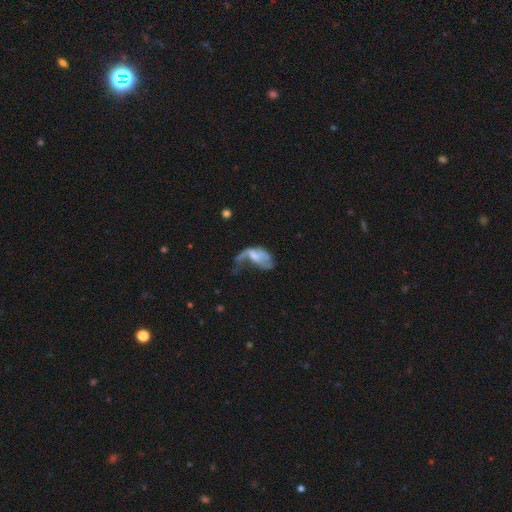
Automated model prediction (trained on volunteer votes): Smooth or featured?
  - featured or disk: 56% *
  - smooth: 33%
  - star or artifact: 11%
Edge-on disk?
  - no: 95% *
  - yes: 5%
Bar?
  - no: 67% *
  - weak: 26%
  - strong: 7%
Spiral arms?
  - no: 58% *
  - yes: 42%
Bulge size?
  - none: 45% *
  - small: 25%
  - moderate: 22%
  - large: 6%
  - dominant: 2%
Merging?
  - major disturbance: 59% *
  - none: 16%
  - minor disturbance: 14%
  - merger: 12%